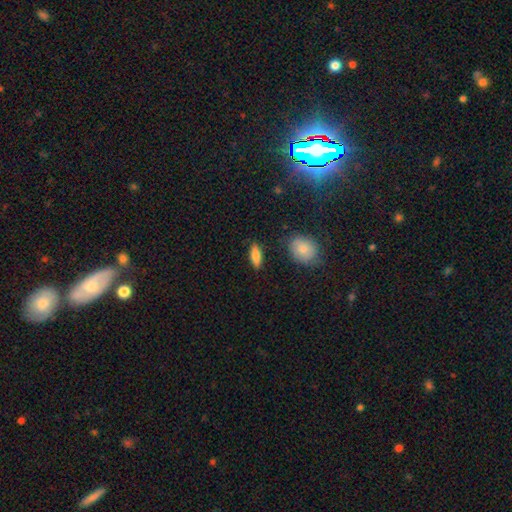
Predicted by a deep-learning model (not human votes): Smooth or featured? Predicted: smooth (p=0.82). How rounded? Predicted: in between (p=0.66). Merging? Predicted: none (p=0.85).